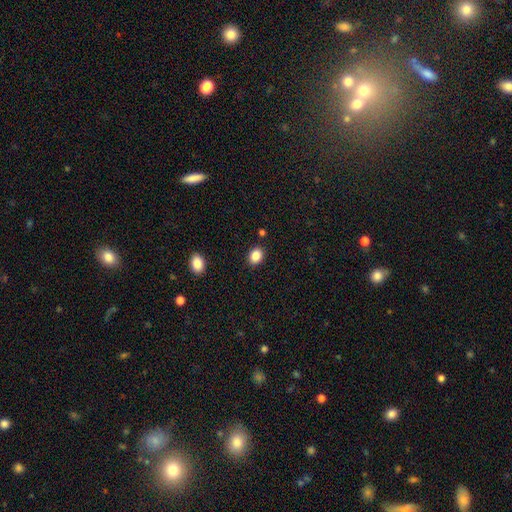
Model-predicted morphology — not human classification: Smooth or featured?
  - smooth: 86% *
  - star or artifact: 9%
  - featured or disk: 4%
How rounded?
  - in between: 60% *
  - round: 39%
  - cigar-shaped: 1%
Merging?
  - none: 88% *
  - minor disturbance: 8%
  - major disturbance: 2%
  - merger: 2%